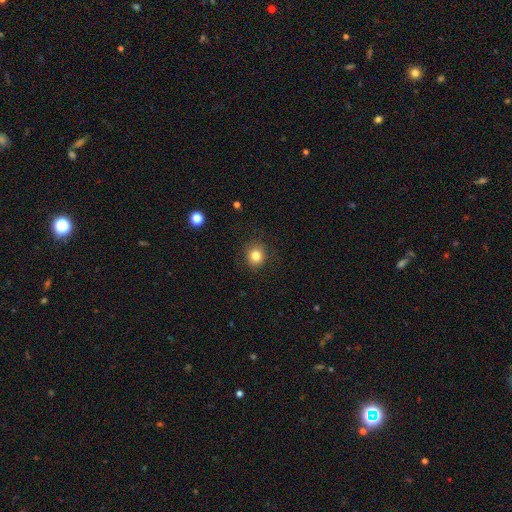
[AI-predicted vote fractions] This appears to be a smooth galaxy with no disk features (82%) that is round (84%). Merging: none (88%).